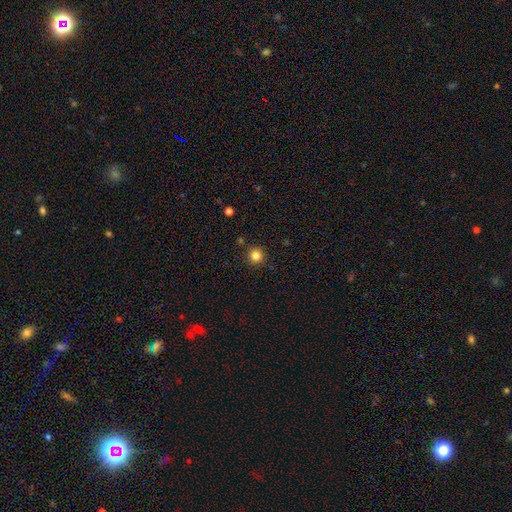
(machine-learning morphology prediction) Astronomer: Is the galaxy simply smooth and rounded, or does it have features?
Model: smooth — 83%.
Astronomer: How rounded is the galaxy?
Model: round — 95%.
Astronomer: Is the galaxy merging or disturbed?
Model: none — 90%.